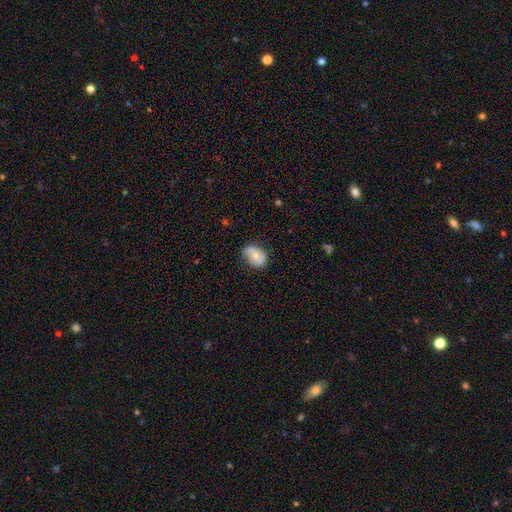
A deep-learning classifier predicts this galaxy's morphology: Smooth or featured? Predicted: smooth (p=0.64). How rounded? Predicted: in between (p=0.74). Merging? Predicted: none (p=0.69).